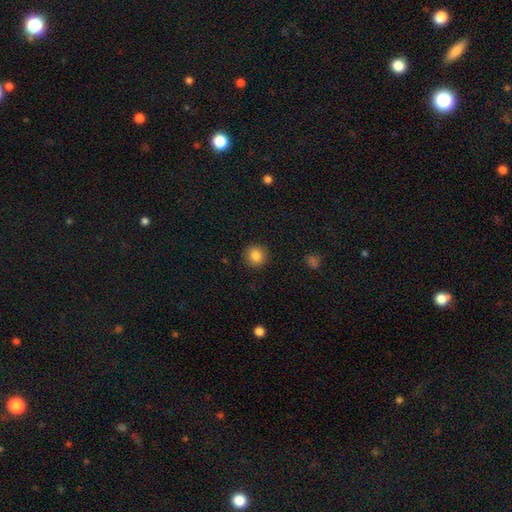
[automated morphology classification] smooth 85%, star or artifact 10%, featured or disk 5%. Down the decision tree: how rounded — round (94%); merging — none (91%).